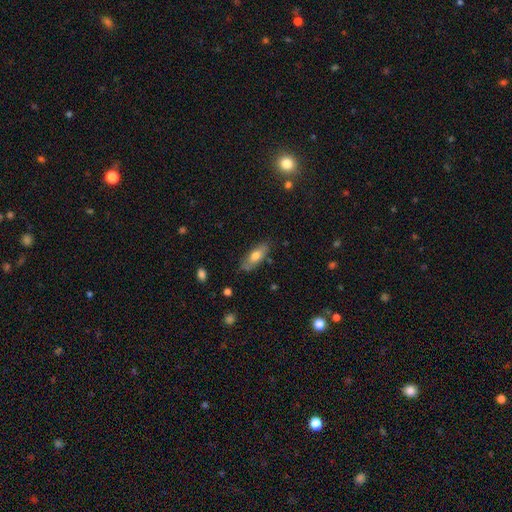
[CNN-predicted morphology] smooth-or-featured: smooth: 70% | featured or disk: 23% | star or artifact: 6%
  how-rounded: in between: 73% | cigar-shaped: 24% | round: 2%
  merging: none: 77% | minor disturbance: 17% | major disturbance: 3% | merger: 2%